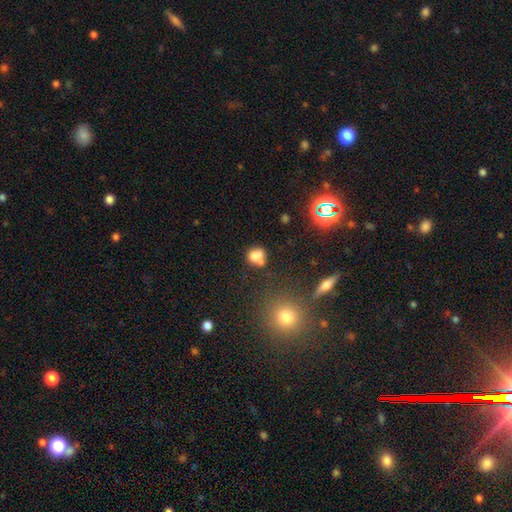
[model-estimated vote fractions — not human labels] Overall: smooth (71%). How rounded: round (65%; in between 33%). Merging: none (42%; merger 37%).